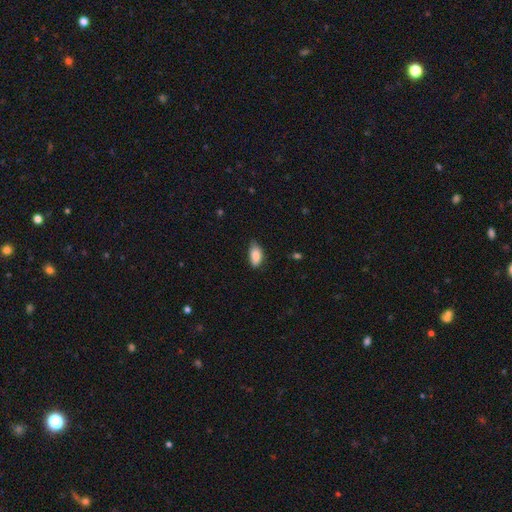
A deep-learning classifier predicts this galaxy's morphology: A smooth galaxy with no disk features (86%) that is in between round and cigar-shaped (91%). Merging: none (61%).